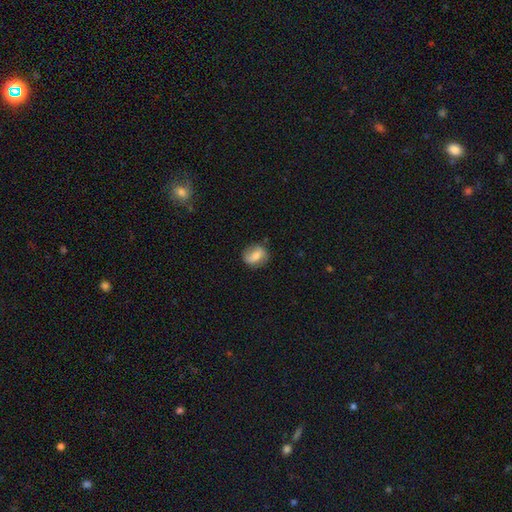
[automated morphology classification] A smooth galaxy with no disk features (53%) that is round (52%).

Vote fractions:
- Smooth or featured? smooth: 53% / featured or disk: 39% / star or artifact: 8%
- How rounded? round: 52% / in between: 46% / cigar-shaped: 2%
- Merging? none: 73% / minor disturbance: 19% / major disturbance: 6% / merger: 2%